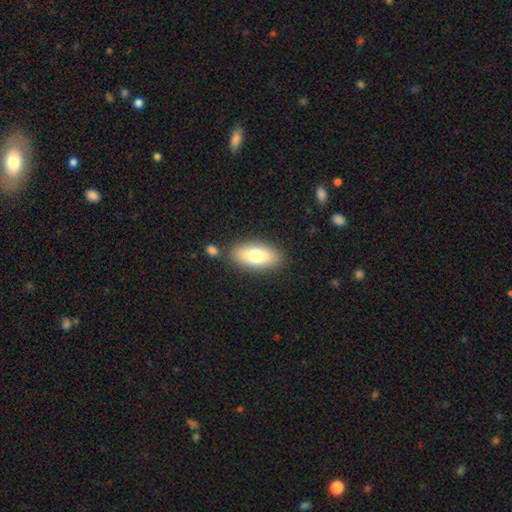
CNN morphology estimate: Overall: smooth (77%). How rounded: in between (88%). Merging: none (80%).